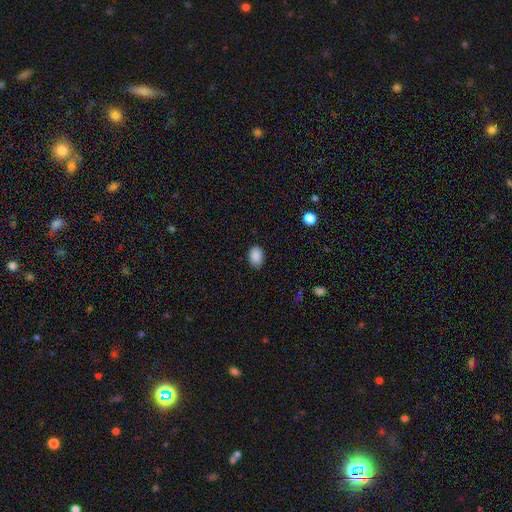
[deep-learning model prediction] A smooth galaxy with no disk features (88%) that is in between round and cigar-shaped (81%).

Vote fractions:
- Smooth or featured? smooth: 88% / star or artifact: 8% / featured or disk: 3%
- How rounded? in between: 81% / round: 18% / cigar-shaped: 1%
- Merging? none: 85% / minor disturbance: 12% / major disturbance: 2% / merger: 1%